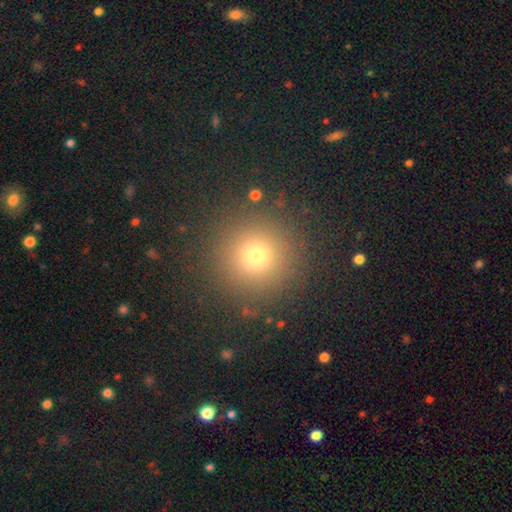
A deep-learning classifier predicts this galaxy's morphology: Smooth or featured?
  - smooth: 70% *
  - star or artifact: 23%
  - featured or disk: 7%
How rounded?
  - round: 96% *
  - in between: 3%
  - cigar-shaped: 1%
Merging?
  - none: 91% *
  - minor disturbance: 5%
  - major disturbance: 3%
  - merger: 1%